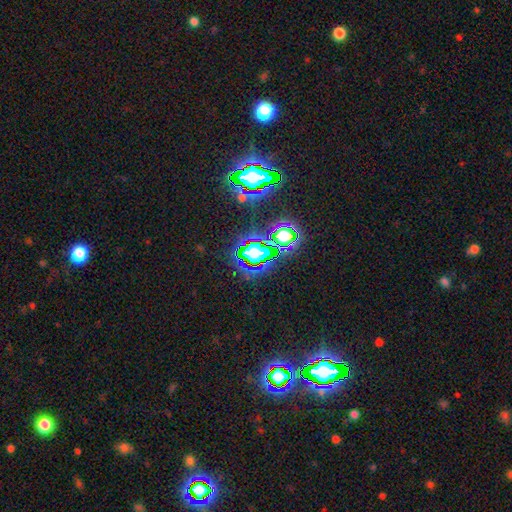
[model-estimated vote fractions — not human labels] smooth-or-featured: star or artifact: 79% | smooth: 12% | featured or disk: 9%